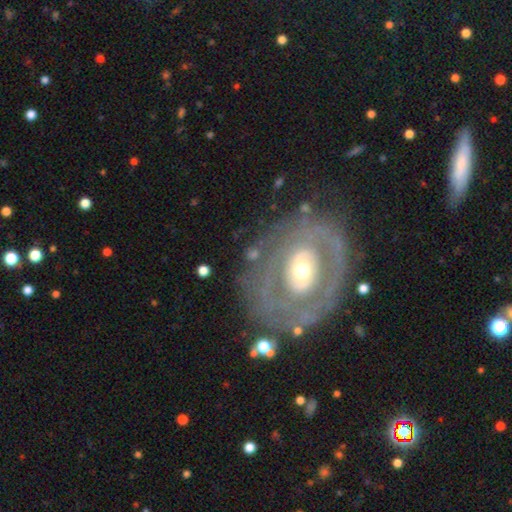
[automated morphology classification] Smooth or featured: featured or disk — 71% (smooth — 23%)
Edge-on disk: no — 95% (yes — 5%)
Bar: no — 77% (weak — 15%)
Spiral arms: no — 60% (yes — 40%)
Bulge size: moderate — 60% (small — 28%)
Merging: none — 71% (minor disturbance — 15%)